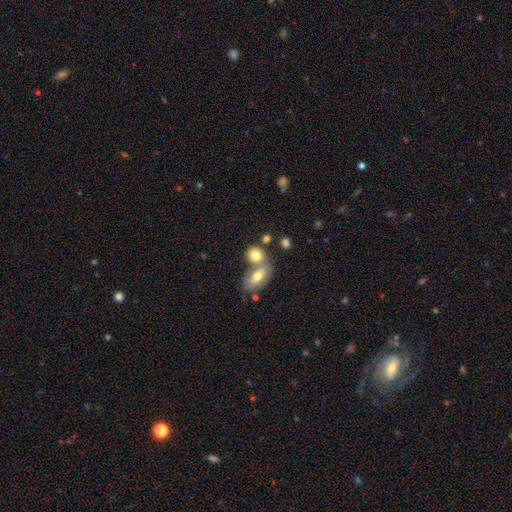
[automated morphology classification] Q: Smooth or featured?
A: smooth (75%); runner-up: featured or disk (17%)
Q: How rounded?
A: in between (56%); runner-up: round (41%)
Q: Merging?
A: merger (53%); runner-up: none (35%)